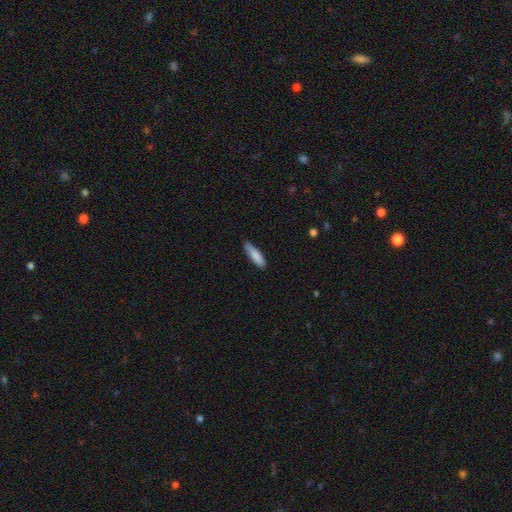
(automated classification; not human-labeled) smooth_or_featured: smooth (p=0.86) [alt: featured or disk p=0.08]
how_rounded: cigar-shaped (p=0.68) [alt: in between p=0.30]
merging: none (p=0.77) [alt: minor disturbance p=0.19]